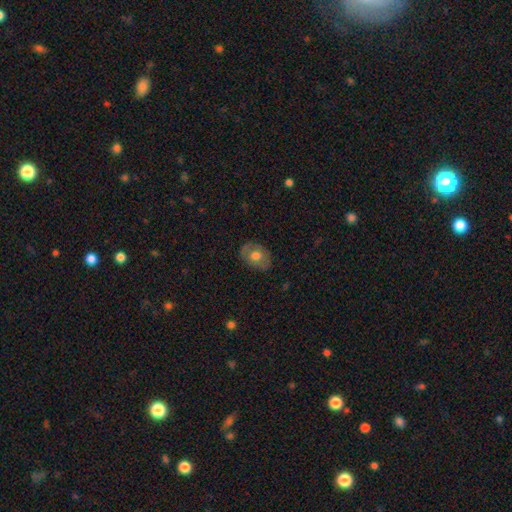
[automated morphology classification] Q: Smooth or featured?
A: smooth (61%); runner-up: featured or disk (31%)
Q: How rounded?
A: in between (68%); runner-up: round (31%)
Q: Merging?
A: none (80%); runner-up: minor disturbance (15%)